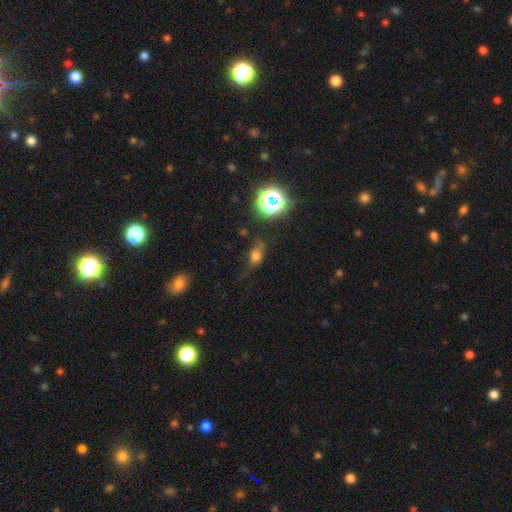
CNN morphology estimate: Smooth or featured? smooth (62%)
How rounded? in between (64%)
Merging? none (56%)